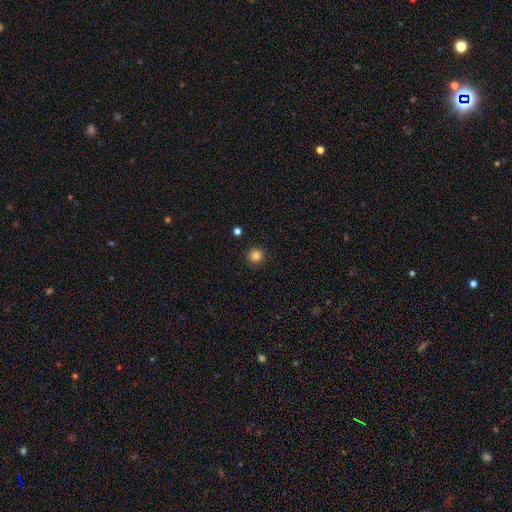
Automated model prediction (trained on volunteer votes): A smooth galaxy with no disk features (85%) that is round (95%). Merging: none (92%).